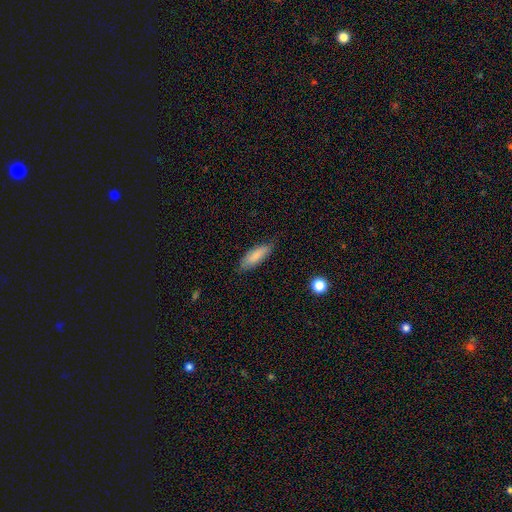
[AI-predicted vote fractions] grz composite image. It shows a smooth galaxy with no disk features (85%) that is in between round and cigar-shaped (59%). Merging: none (78%).